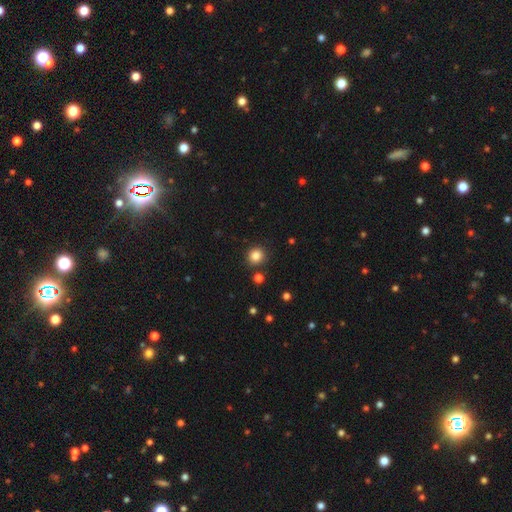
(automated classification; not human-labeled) This is clearly a smooth galaxy (84%). How rounded: clearly round (89%). Merging: clearly none (86%).